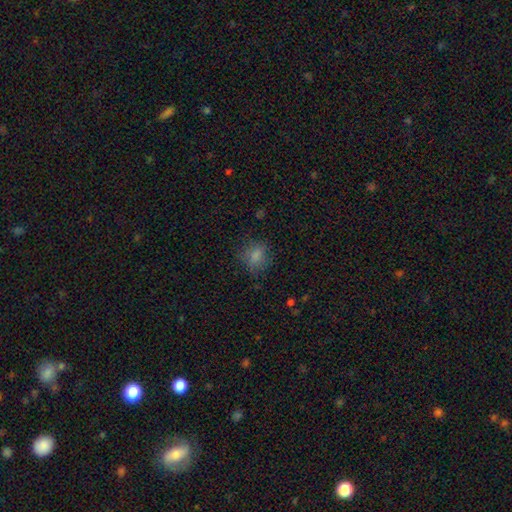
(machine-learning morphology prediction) smooth-or-featured: smooth: 78% | star or artifact: 13% | featured or disk: 9%
  how-rounded: round: 55% | in between: 43% | cigar-shaped: 2%
  merging: none: 70% | minor disturbance: 19% | major disturbance: 10% | merger: 1%